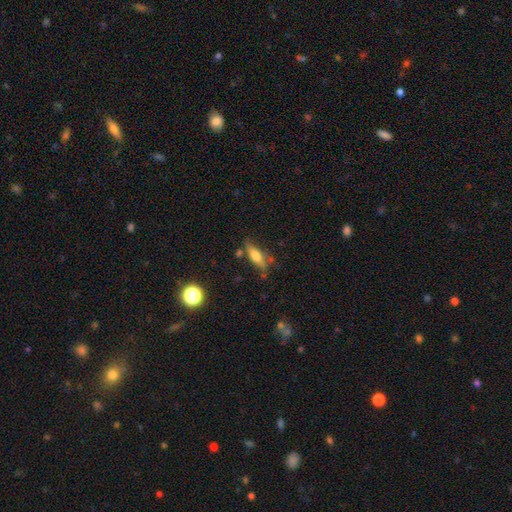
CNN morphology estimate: Smooth or featured?
  - smooth: 59% *
  - featured or disk: 32%
  - star or artifact: 9%
How rounded?
  - cigar-shaped: 51% *
  - in between: 46%
  - round: 3%
Merging?
  - none: 67% *
  - minor disturbance: 20%
  - merger: 7%
  - major disturbance: 6%